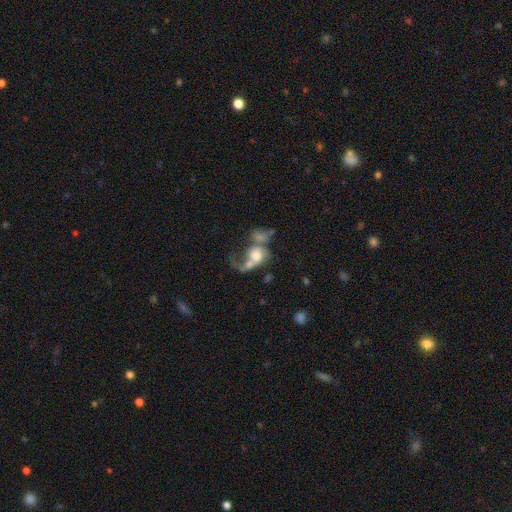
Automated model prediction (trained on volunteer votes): Smooth or featured: featured or disk — 46% (smooth — 44%)
Merging: merger — 48% (major disturbance — 30%)